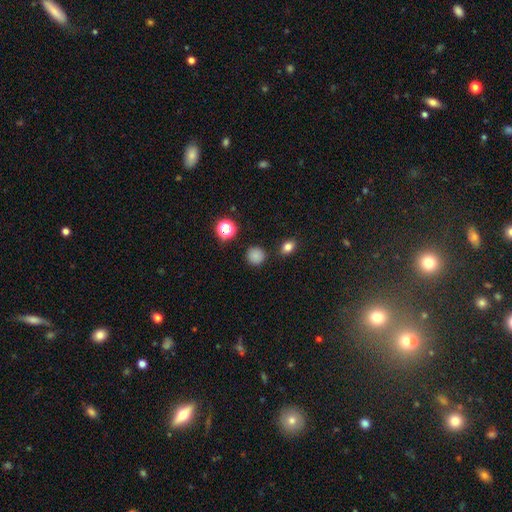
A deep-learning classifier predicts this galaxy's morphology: smooth-or-featured: smooth: 80% | star or artifact: 15% | featured or disk: 5%
  how-rounded: round: 90% | in between: 9% | cigar-shaped: 1%
  merging: none: 85% | minor disturbance: 10% | major disturbance: 3% | merger: 3%